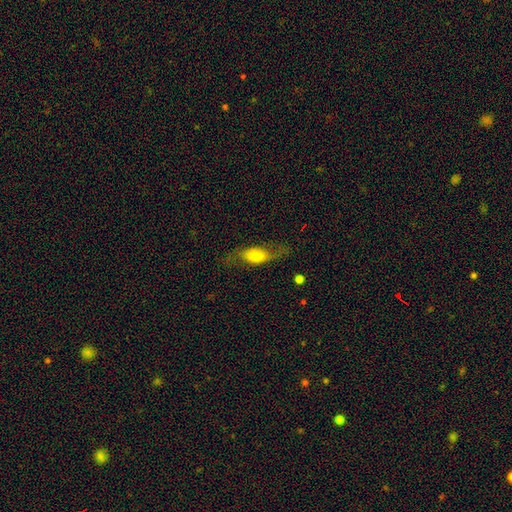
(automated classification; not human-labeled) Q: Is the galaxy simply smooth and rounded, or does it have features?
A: featured or disk — 47%.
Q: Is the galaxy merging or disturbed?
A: none — 62%.